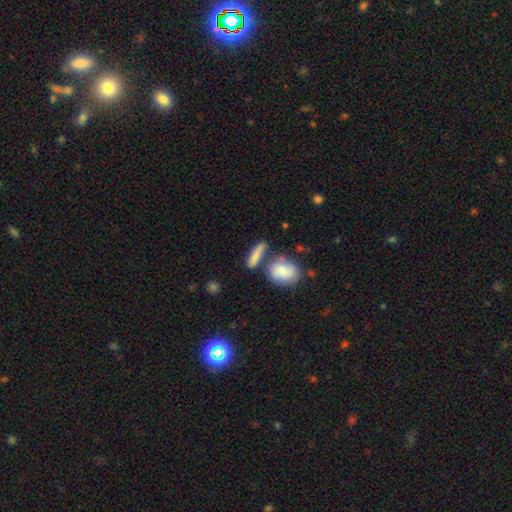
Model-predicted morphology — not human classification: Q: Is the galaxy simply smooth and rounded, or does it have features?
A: smooth — 75%.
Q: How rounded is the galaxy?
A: cigar-shaped — 56%.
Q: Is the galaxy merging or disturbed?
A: none — 55%.